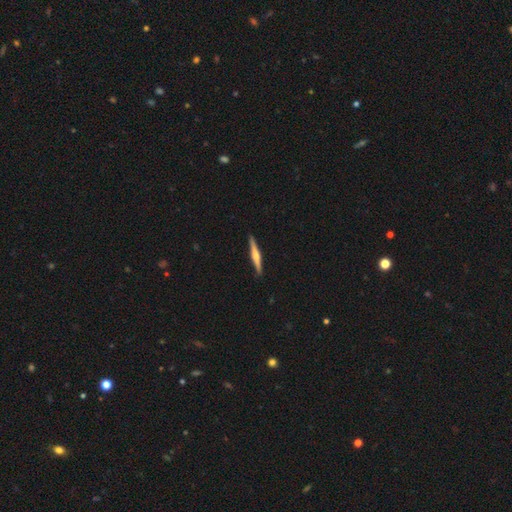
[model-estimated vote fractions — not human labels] Smooth or featured? featured or disk (65%)
Edge-on disk? yes (98%)
Edge-on bulge? rounded (78%)
Merging? none (91%)